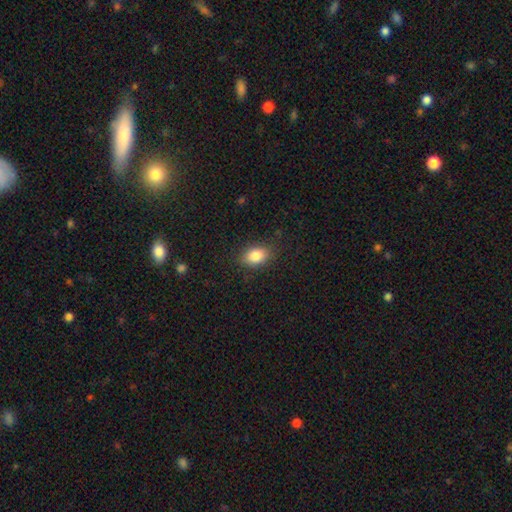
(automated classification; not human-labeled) Morphology: type=smooth (85%); roundness=in between (79%); merging=none (85%).